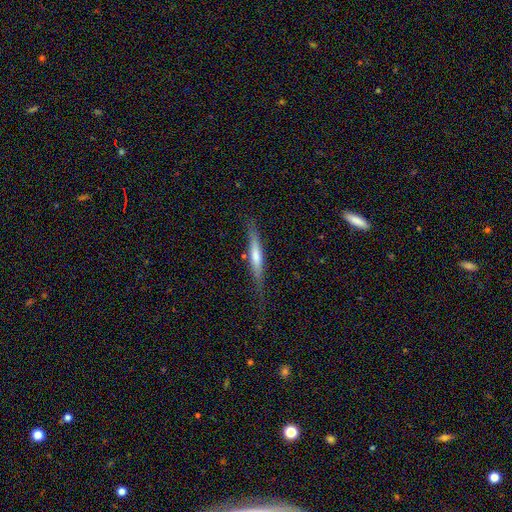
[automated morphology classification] Smooth or featured? Predicted: featured or disk (p=0.59). Edge-on disk? Predicted: yes (p=0.94). Edge-on bulge? Predicted: rounded (p=0.55). Merging? Predicted: none (p=0.70).